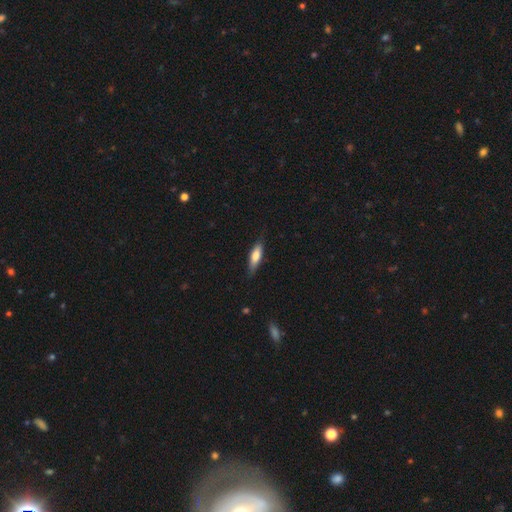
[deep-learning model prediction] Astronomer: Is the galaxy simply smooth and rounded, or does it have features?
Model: smooth — 71%.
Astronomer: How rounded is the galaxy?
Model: cigar-shaped — 53% (runner-up: in between, 45%).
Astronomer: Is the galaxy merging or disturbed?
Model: none — 80%.